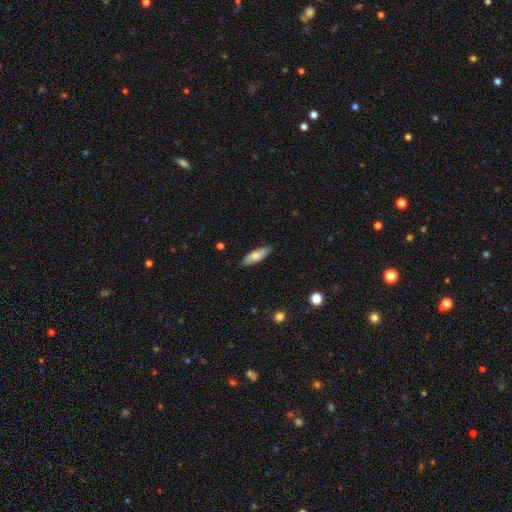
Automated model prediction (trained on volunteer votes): This is likely a smooth galaxy (77%). How rounded: likely in between (62%). Merging: clearly none (85%).